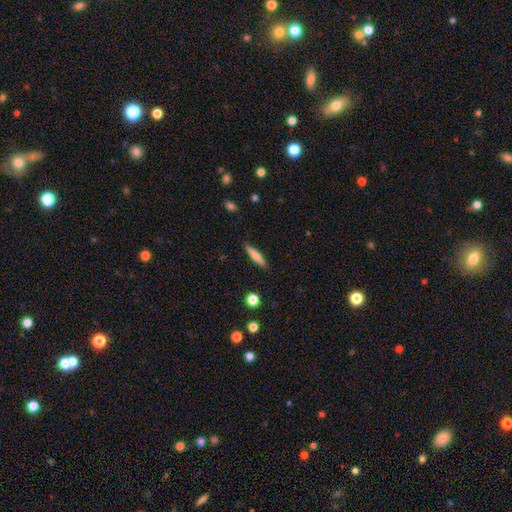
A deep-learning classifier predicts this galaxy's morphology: Q: Smooth or featured?
A: smooth (70%); runner-up: featured or disk (23%)
Q: How rounded?
A: cigar-shaped (87%); runner-up: in between (11%)
Q: Merging?
A: none (87%); runner-up: minor disturbance (9%)